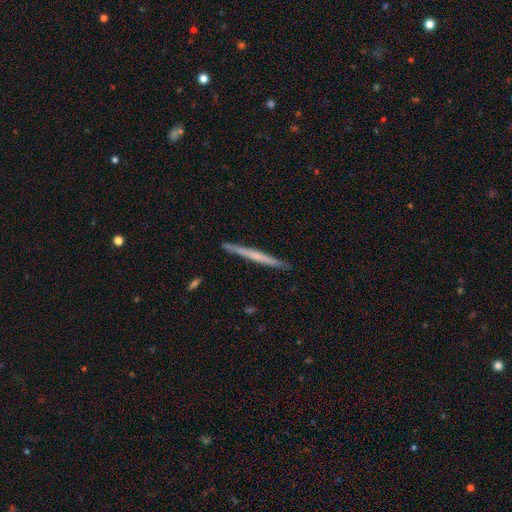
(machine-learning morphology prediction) smooth-or-featured: featured or disk: 52% | smooth: 43% | star or artifact: 5%
  disk-edge-on: yes: 97% | no: 3%
    edge-on-bulge: none: 74% | rounded: 18% | boxy: 8%
  merging: none: 91% | minor disturbance: 7% | major disturbance: 1% | merger: 1%